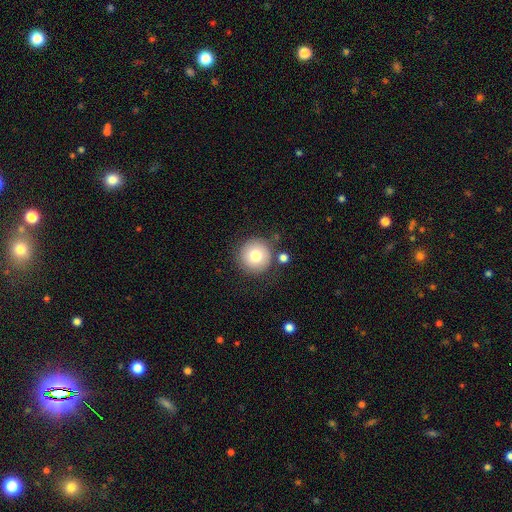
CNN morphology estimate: smooth 77%, featured or disk 14%, star or artifact 9%. Down the decision tree: how rounded — round (95%); merging — none (80%).